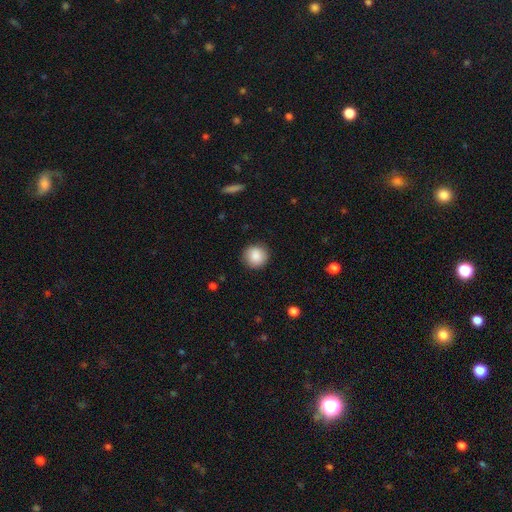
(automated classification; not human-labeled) Q: Smooth or featured?
A: smooth (88%); runner-up: star or artifact (8%)
Q: How rounded?
A: round (93%); runner-up: in between (6%)
Q: Merging?
A: none (89%); runner-up: minor disturbance (8%)